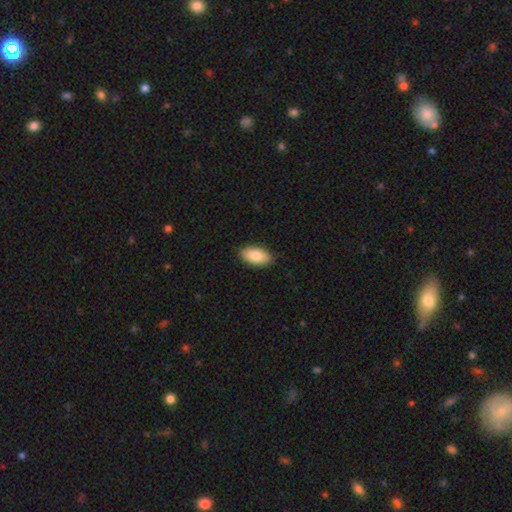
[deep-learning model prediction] Overall: smooth (86%). How rounded: in between (95%). Merging: none (88%).